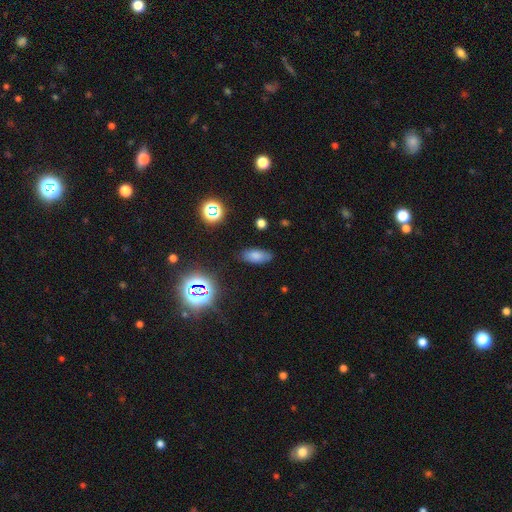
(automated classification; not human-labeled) Smooth or featured: smooth — 73% (star or artifact — 17%)
How rounded: in between — 86% (cigar-shaped — 10%)
Merging: none — 81% (minor disturbance — 13%)